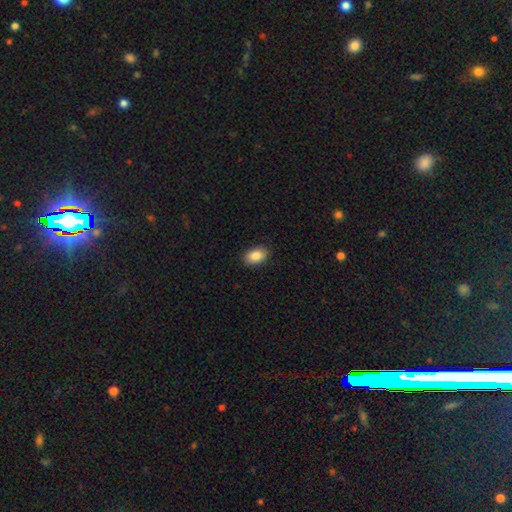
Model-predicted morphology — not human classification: Q: Smooth or featured?
A: smooth (88%); runner-up: star or artifact (7%)
Q: How rounded?
A: in between (88%); runner-up: round (10%)
Q: Merging?
A: none (89%); runner-up: minor disturbance (8%)